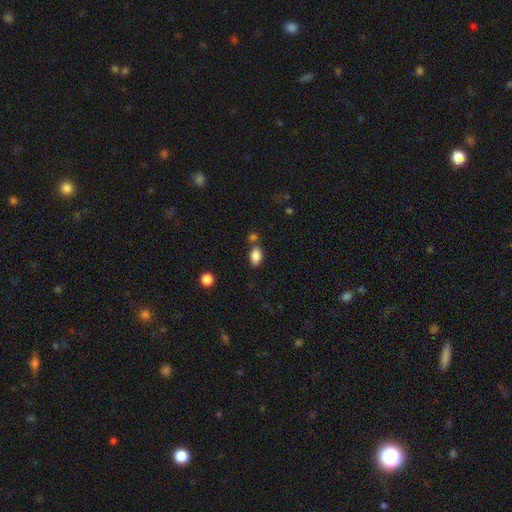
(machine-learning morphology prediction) The model was most divided on "merging": none: 68%, merger: 16%, minor disturbance: 13%, major disturbance: 4%. More confident: how rounded — in between (86%); smooth or featured — smooth (86%).